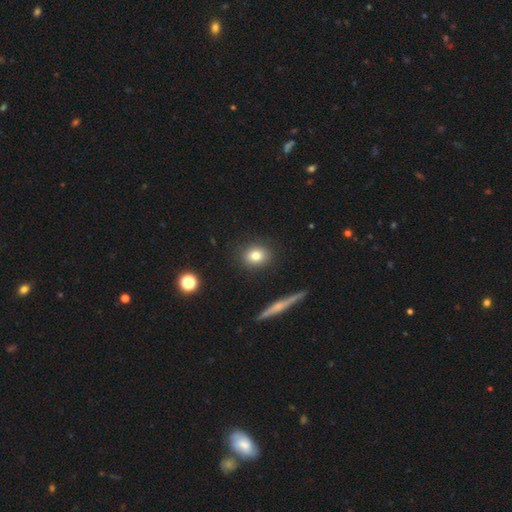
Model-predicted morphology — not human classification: type=smooth (80%); roundness=round (66%); merging=none (89%).